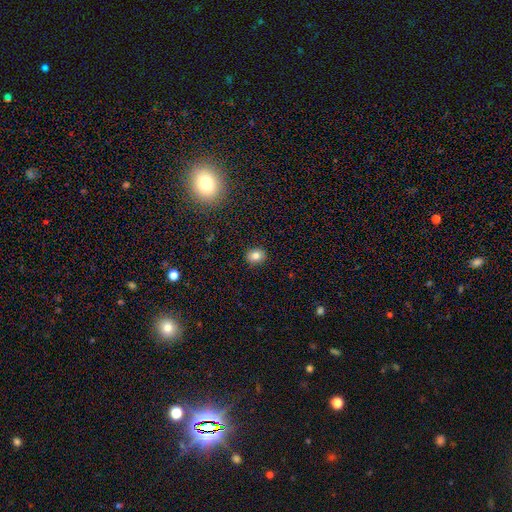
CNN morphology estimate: Smooth or featured: smooth — 81% (star or artifact — 11%)
How rounded: round — 67% (in between — 32%)
Merging: none — 90% (minor disturbance — 7%)